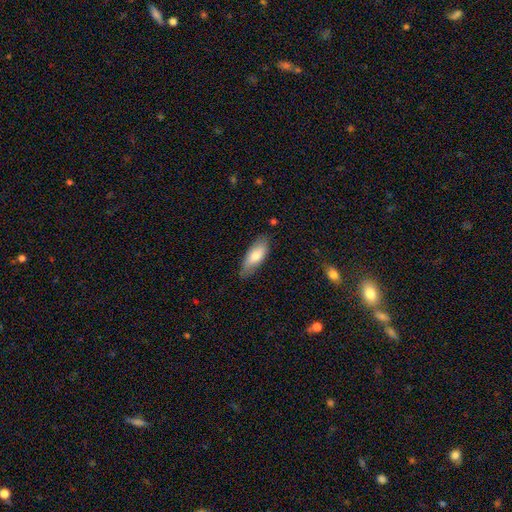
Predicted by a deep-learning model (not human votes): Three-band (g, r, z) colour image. It shows a smooth galaxy with no disk features (74%) that is in between round and cigar-shaped (75%). Merging: none (74%).